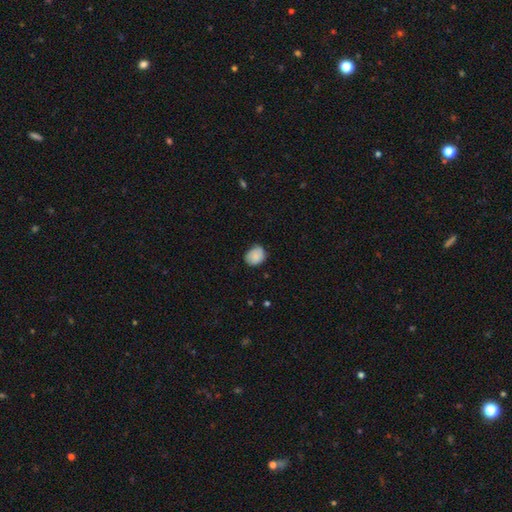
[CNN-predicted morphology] Smooth or featured: smooth — 79% (featured or disk — 13%)
How rounded: round — 57% (in between — 42%)
Merging: none — 67% (minor disturbance — 27%)